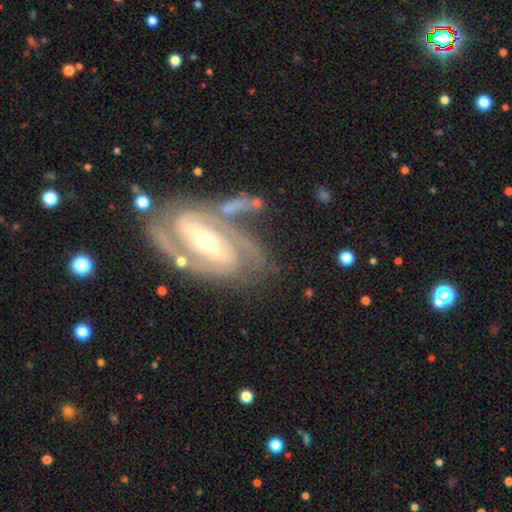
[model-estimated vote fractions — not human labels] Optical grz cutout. It shows a featured or disk galaxy (90%) with a strong bar (58%), 2 (76%) tight (52%) spiral arms (97%) and a moderate central bulge (51%). Merging: none (65%).